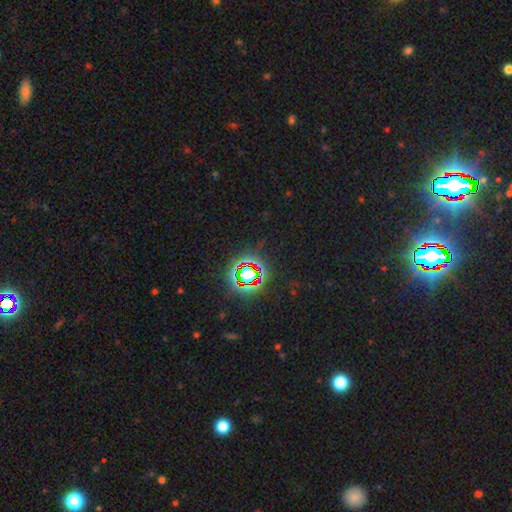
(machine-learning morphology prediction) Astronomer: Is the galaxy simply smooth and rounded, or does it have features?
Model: star or artifact — 80%.